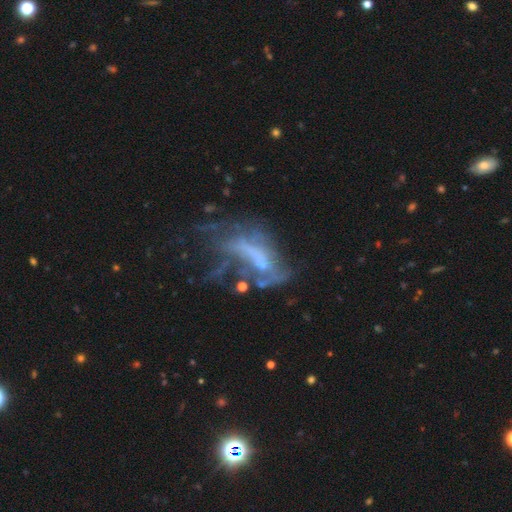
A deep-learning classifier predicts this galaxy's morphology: A featured or disk galaxy (63%) with no bar (63%), no spiral arms (71%) and no central bulge (54%). Merging: major disturbance (46%).